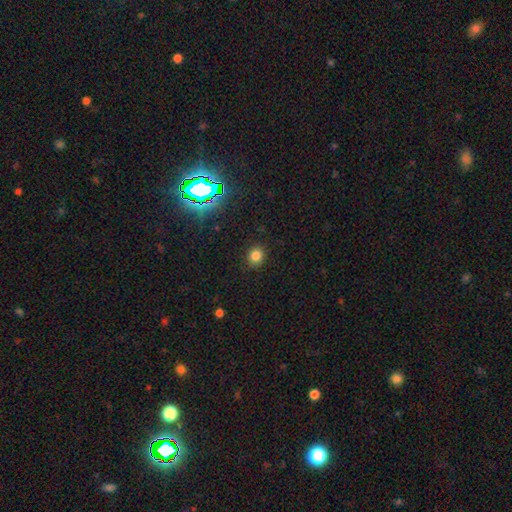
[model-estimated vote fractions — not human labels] Smooth or featured: smooth — 80% (star or artifact — 15%)
How rounded: round — 75% (in between — 24%)
Merging: none — 89% (minor disturbance — 8%)